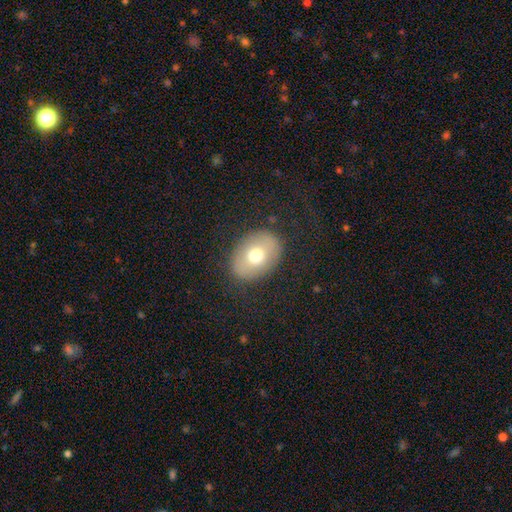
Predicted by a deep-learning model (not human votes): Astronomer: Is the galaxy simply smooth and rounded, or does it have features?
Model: smooth — 70%.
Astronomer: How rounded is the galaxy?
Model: in between — 67%.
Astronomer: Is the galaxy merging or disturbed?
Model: none — 85%.